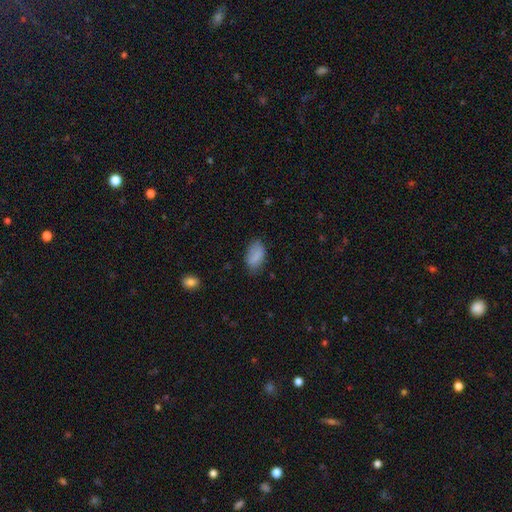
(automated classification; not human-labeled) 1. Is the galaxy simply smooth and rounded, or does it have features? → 83% smooth, 9% featured or disk, 8% star or artifact.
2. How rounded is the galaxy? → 92% in between, 5% round, 3% cigar-shaped.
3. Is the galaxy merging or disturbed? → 70% none, 22% minor disturbance, 6% major disturbance, 2% merger.